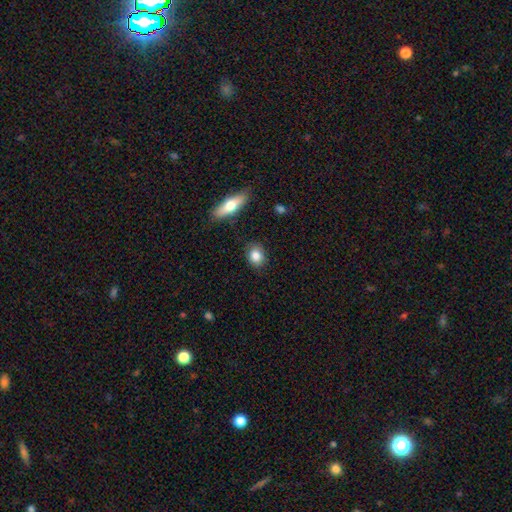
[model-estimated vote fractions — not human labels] Smooth or featured?
  - smooth: 83% *
  - featured or disk: 10%
  - star or artifact: 8%
How rounded?
  - in between: 53% *
  - round: 44%
  - cigar-shaped: 3%
Merging?
  - none: 86% *
  - minor disturbance: 10%
  - major disturbance: 2%
  - merger: 2%